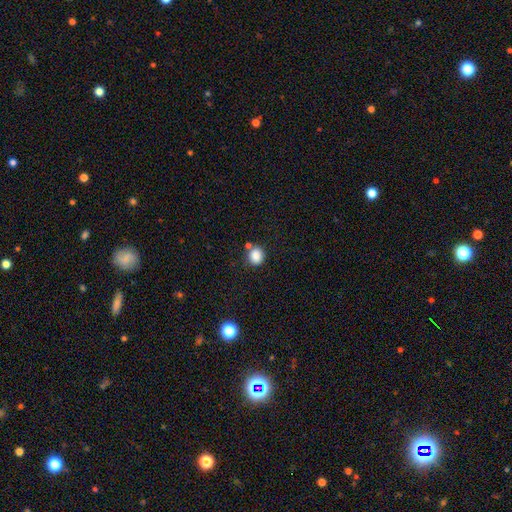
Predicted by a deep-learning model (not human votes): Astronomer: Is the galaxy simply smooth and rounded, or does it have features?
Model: smooth — 86%.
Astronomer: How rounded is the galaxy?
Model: round — 75%.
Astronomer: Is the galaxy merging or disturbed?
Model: none — 72%.